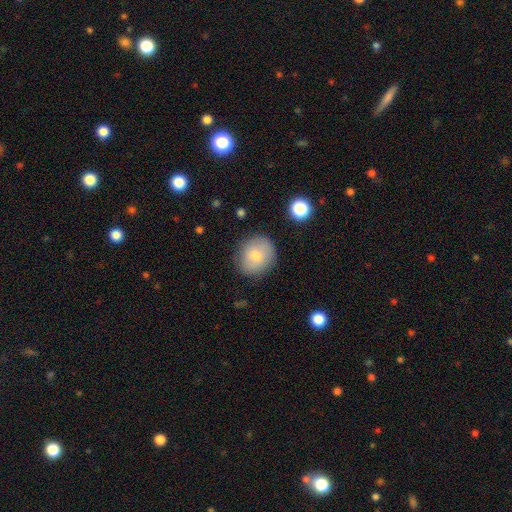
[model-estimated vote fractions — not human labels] Smooth or featured? Predicted: smooth (p=0.74). How rounded? Predicted: round (p=0.74). Merging? Predicted: none (p=0.82).